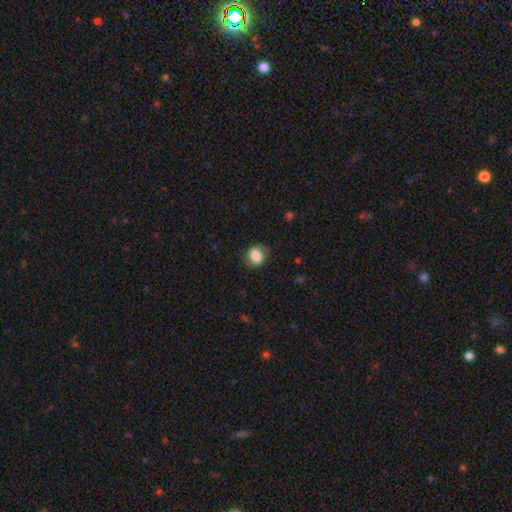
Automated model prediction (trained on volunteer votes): Q: Smooth or featured?
A: smooth (82%); runner-up: featured or disk (10%)
Q: How rounded?
A: round (53%); runner-up: in between (45%)
Q: Merging?
A: none (78%); runner-up: minor disturbance (16%)